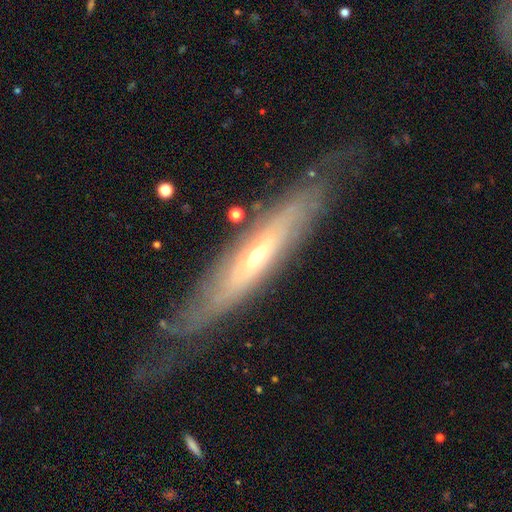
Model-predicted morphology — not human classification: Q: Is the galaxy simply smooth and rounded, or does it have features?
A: featured or disk — 72%.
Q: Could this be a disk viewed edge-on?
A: yes — 54%.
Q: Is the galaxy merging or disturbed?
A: none — 75%.